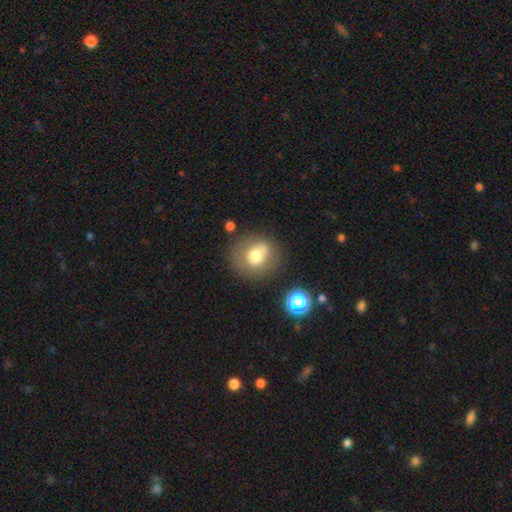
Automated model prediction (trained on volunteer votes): Smooth or featured: smooth — 68% (featured or disk — 21%)
How rounded: round — 77% (in between — 22%)
Merging: none — 61% (minor disturbance — 21%)